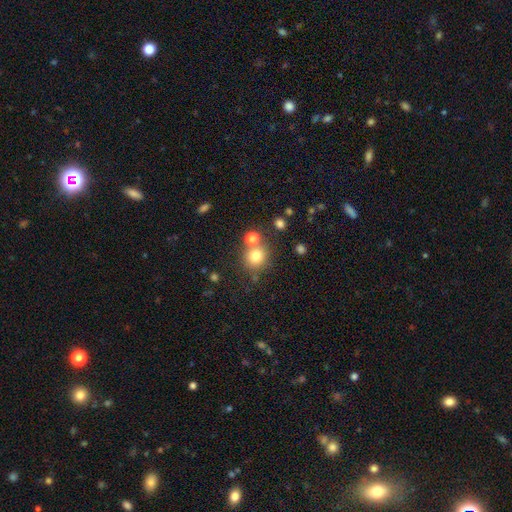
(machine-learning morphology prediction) A smooth galaxy with no disk features (76%) that is round (86%).

Vote fractions:
- Smooth or featured? smooth: 76% / star or artifact: 15% / featured or disk: 9%
- How rounded? round: 86% / in between: 13% / cigar-shaped: 1%
- Merging? none: 67% / merger: 19% / minor disturbance: 9% / major disturbance: 4%